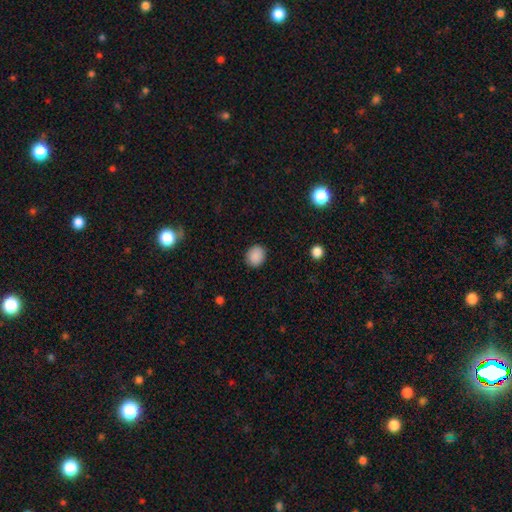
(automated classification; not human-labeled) A smooth galaxy with no disk features (89%) that is round (70%).

Vote fractions:
- Smooth or featured? smooth: 89% / star or artifact: 8% / featured or disk: 3%
- How rounded? round: 70% / in between: 29% / cigar-shaped: 1%
- Merging? none: 90% / minor disturbance: 7% / major disturbance: 2% / merger: 1%